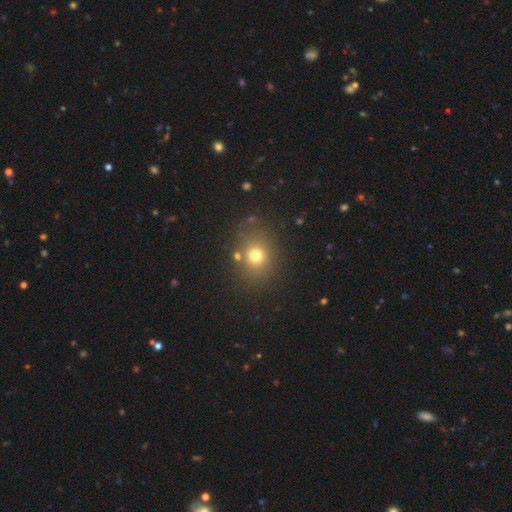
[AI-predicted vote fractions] This is likely a smooth galaxy (72%). How rounded: likely round (69%). Merging: clearly none (80%).